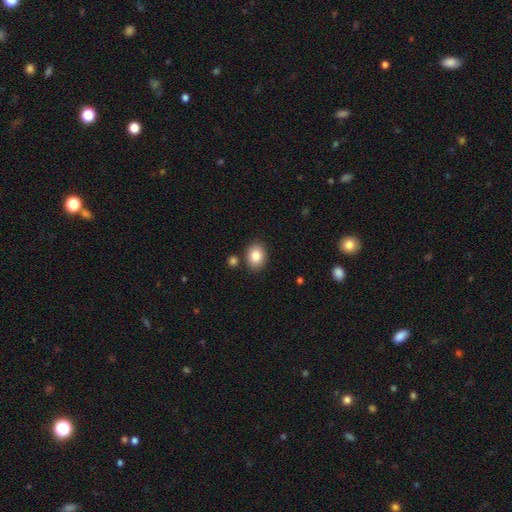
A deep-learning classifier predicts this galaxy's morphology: This is clearly a smooth galaxy (85%). How rounded: likely in between (61%). Merging: clearly none (84%).